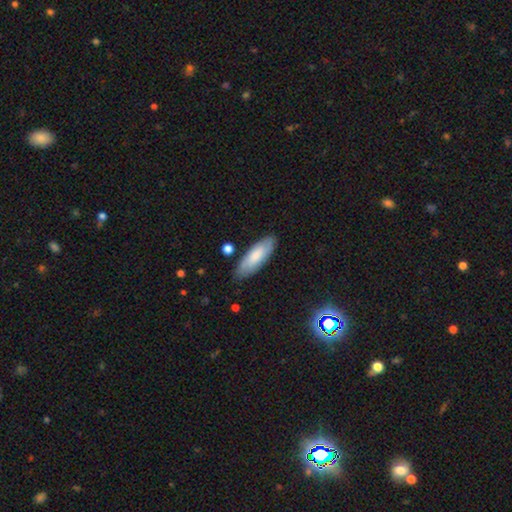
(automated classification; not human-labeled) A smooth galaxy with no disk features (75%) that is in between round and cigar-shaped (59%).

Vote fractions:
- Smooth or featured? smooth: 75% / featured or disk: 19% / star or artifact: 6%
- How rounded? in between: 59% / cigar-shaped: 39% / round: 2%
- Merging? none: 83% / minor disturbance: 12% / major disturbance: 2% / merger: 2%